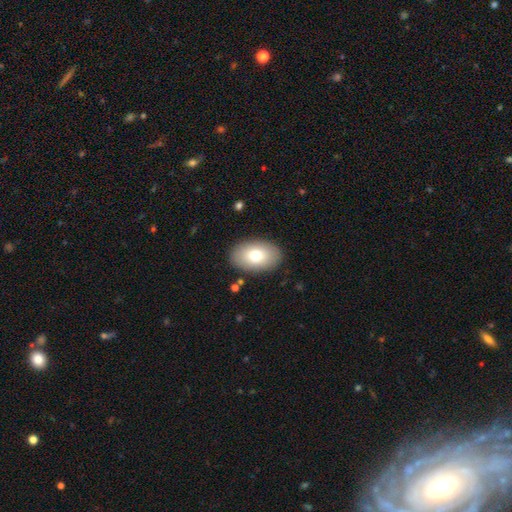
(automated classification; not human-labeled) smooth-or-featured: smooth: 76% | featured or disk: 17% | star or artifact: 7%
  how-rounded: in between: 90% | round: 8% | cigar-shaped: 1%
  merging: none: 88% | minor disturbance: 8% | major disturbance: 2% | merger: 1%